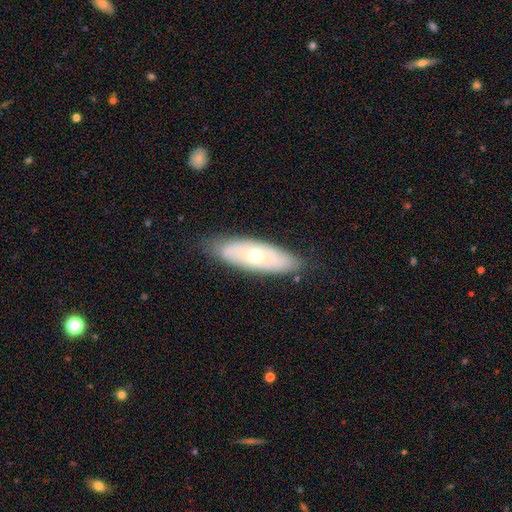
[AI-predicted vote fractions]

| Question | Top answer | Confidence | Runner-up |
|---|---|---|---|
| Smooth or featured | featured or disk | 53% | smooth (41%) |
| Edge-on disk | no | 72% | yes (28%) |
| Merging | none | 80% | minor disturbance (15%) |